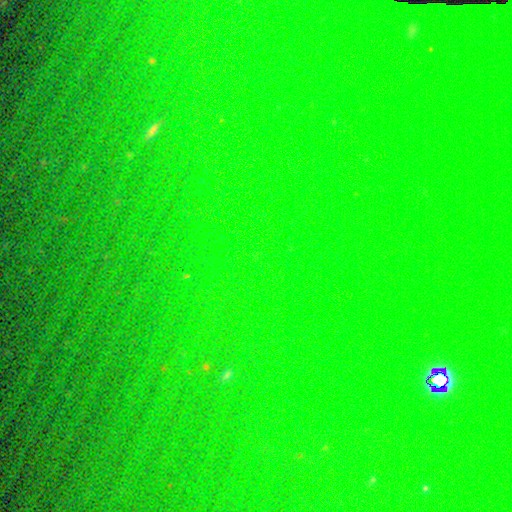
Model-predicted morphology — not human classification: This is clearly a star or artifact rather than a galaxy (81%).